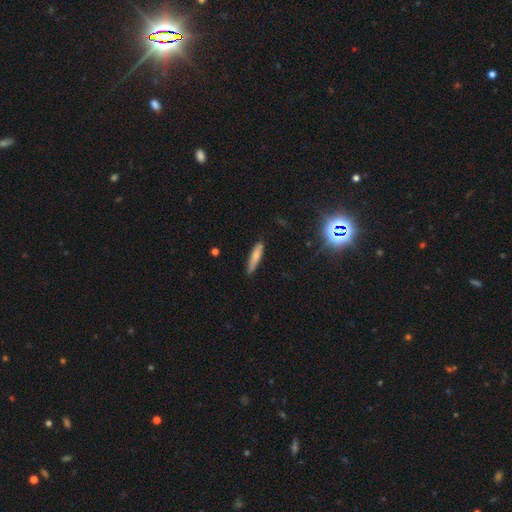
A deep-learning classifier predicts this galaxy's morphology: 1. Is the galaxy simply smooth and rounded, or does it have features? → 73% smooth, 19% featured or disk, 8% star or artifact.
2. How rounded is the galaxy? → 83% cigar-shaped, 15% in between, 2% round.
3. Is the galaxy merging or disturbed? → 82% none, 14% minor disturbance, 2% major disturbance, 1% merger.